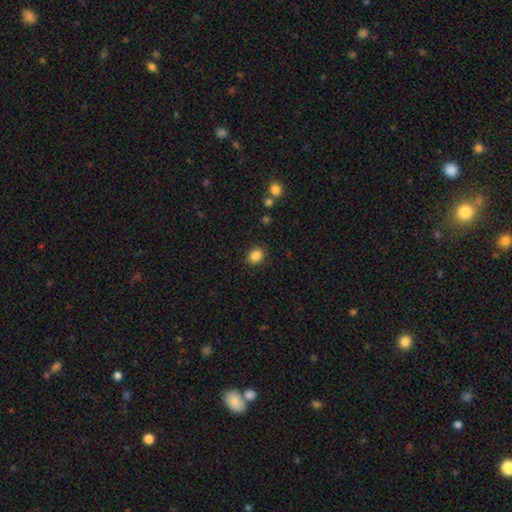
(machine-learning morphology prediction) type=smooth (86%); roundness=round (54%); merging=none (87%).